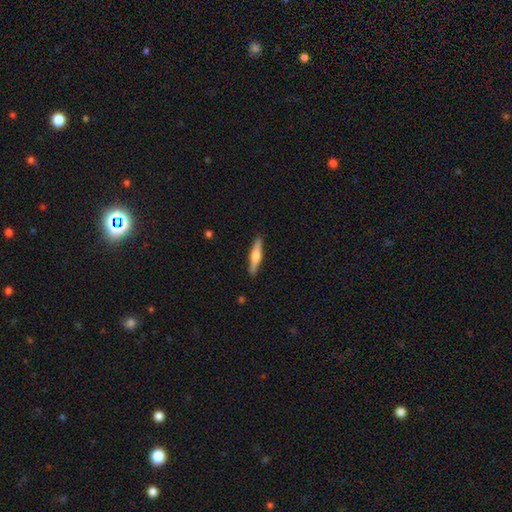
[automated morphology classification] Q: Smooth or featured?
A: featured or disk (57%); runner-up: smooth (38%)
Q: Edge-on disk?
A: yes (97%); runner-up: no (3%)
Q: Edge-on bulge?
A: rounded (87%); runner-up: boxy (9%)
Q: Merging?
A: none (90%); runner-up: minor disturbance (7%)